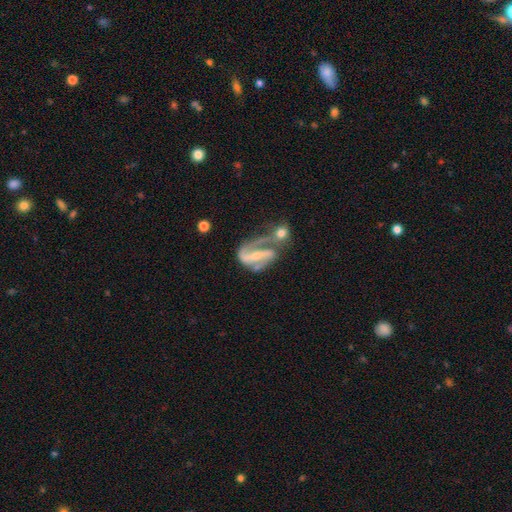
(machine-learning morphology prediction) Smooth or featured? Predicted: featured or disk (p=0.84). Edge-on disk? Predicted: no (p=0.97). Bar? Predicted: strong (p=0.49). Spiral arms? Predicted: yes (p=0.91). Spiral winding? Predicted: medium (p=0.45). Spiral arm count? Predicted: 2 (p=0.76). Bulge size? Predicted: small (p=0.56). Merging? Predicted: merger (p=0.36).